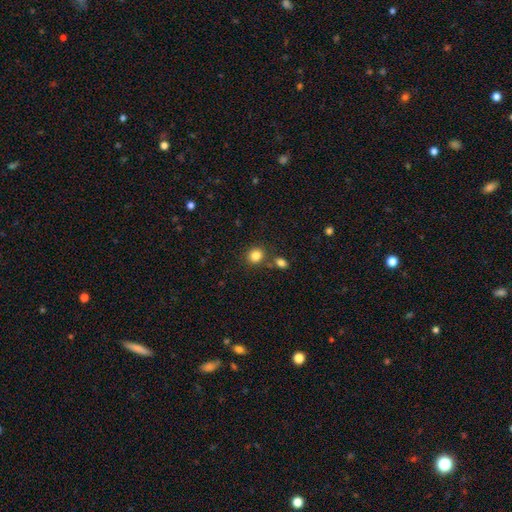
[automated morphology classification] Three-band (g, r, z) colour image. It shows a smooth galaxy with no disk features (84%) that is round (79%). Merging: none (75%).